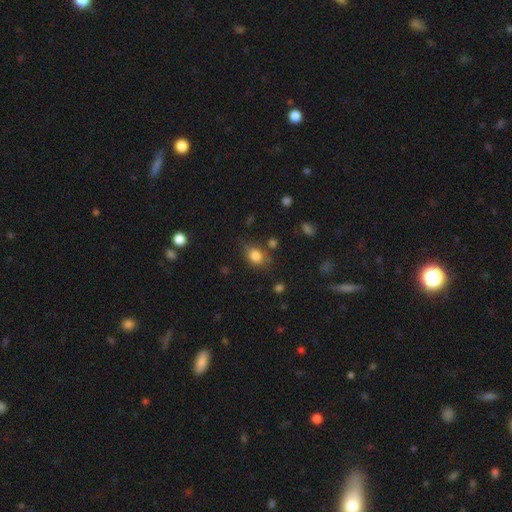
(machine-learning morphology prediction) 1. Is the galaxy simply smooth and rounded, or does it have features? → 83% smooth, 10% star or artifact, 8% featured or disk.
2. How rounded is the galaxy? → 64% in between, 35% round, 1% cigar-shaped.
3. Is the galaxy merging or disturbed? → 71% none, 19% minor disturbance, 5% major disturbance, 5% merger.